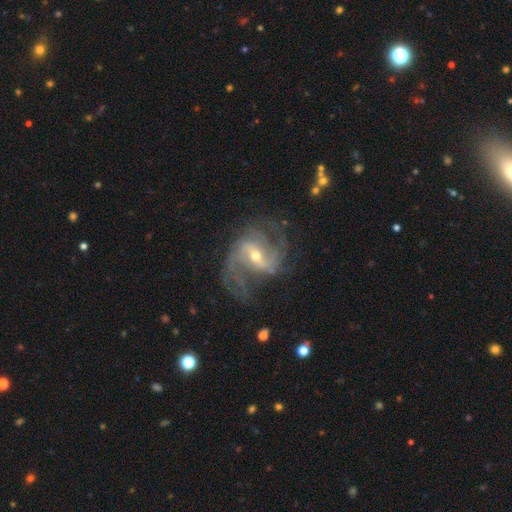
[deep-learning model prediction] Overall: featured or disk (89%). Edge-on disk: no (97%). Bar: weak (45%; strong 38%). Spiral arms: yes (96%). Spiral arm count: 2 (63%). Spiral winding: medium (46%; loose 37%). Bulge size: small (52%; moderate 44%). Merging: none (61%).